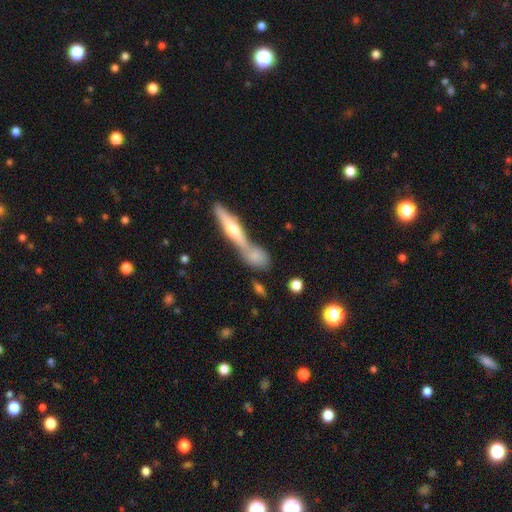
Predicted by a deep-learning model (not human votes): Smooth or featured: smooth — 65% (featured or disk — 26%)
How rounded: in between — 54% (round — 26%)
Merging: none — 44% (merger — 40%)